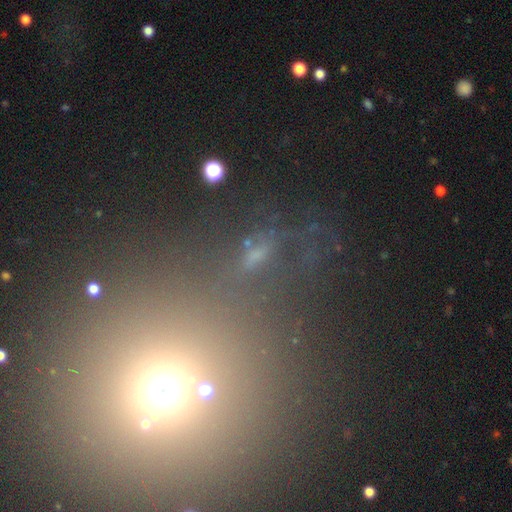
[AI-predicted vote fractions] Smooth or featured? star or artifact (44%)